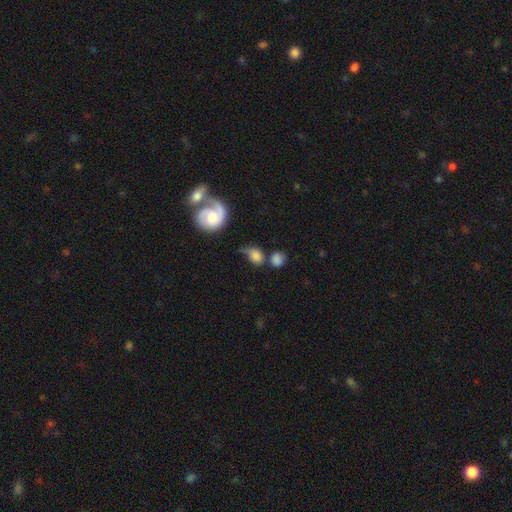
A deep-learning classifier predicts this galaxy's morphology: A smooth galaxy with no disk features (70%) that is round (49%).

Vote fractions:
- Smooth or featured? smooth: 70% / featured or disk: 21% / star or artifact: 10%
- How rounded? round: 49% / in between: 48% / cigar-shaped: 2%
- Merging? none: 33% / merger: 25% / minor disturbance: 21% / major disturbance: 20%